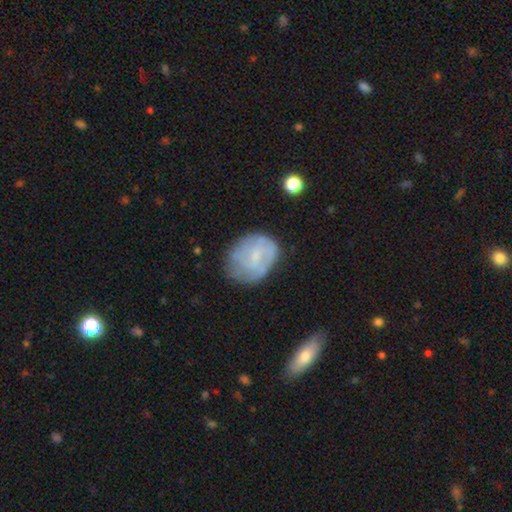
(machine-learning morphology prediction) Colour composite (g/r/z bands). It shows a featured or disk galaxy (50%). Merging: none (64%).